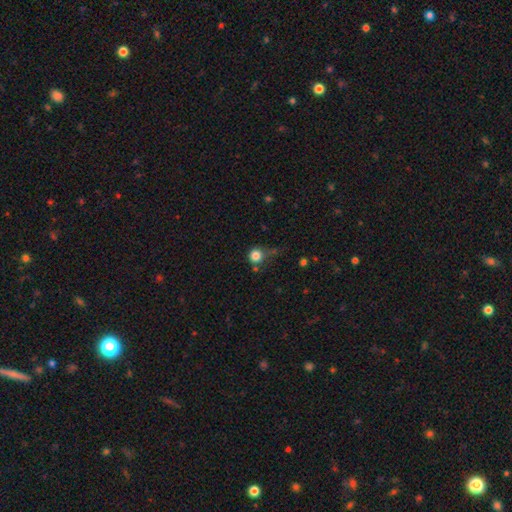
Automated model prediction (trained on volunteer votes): A smooth galaxy with no disk features (82%) that is round (91%).

Vote fractions:
- Smooth or featured? smooth: 82% / star or artifact: 11% / featured or disk: 6%
- How rounded? round: 91% / in between: 8% / cigar-shaped: 1%
- Merging? none: 55% / minor disturbance: 23% / major disturbance: 12% / merger: 9%